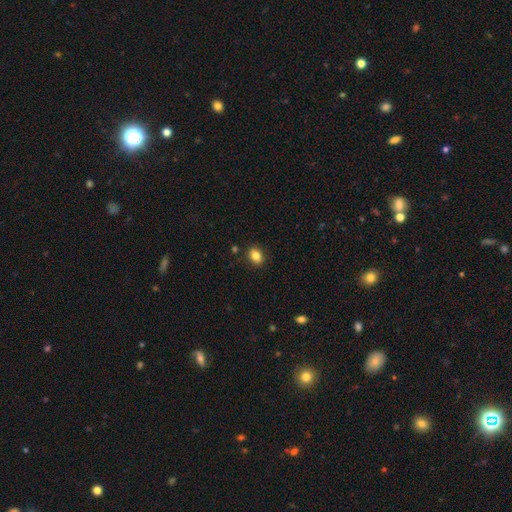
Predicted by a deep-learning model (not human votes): smooth_or_featured: smooth (p=0.85) [alt: star or artifact p=0.10]
how_rounded: in between (p=0.71) [alt: round p=0.28]
merging: none (p=0.88) [alt: minor disturbance p=0.09]